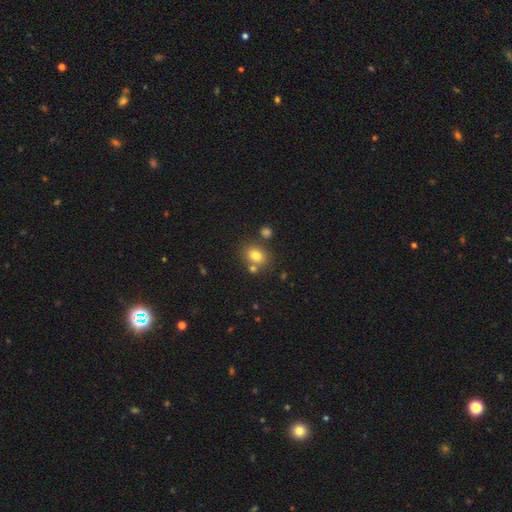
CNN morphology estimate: smooth 77%, star or artifact 13%, featured or disk 11%. Down the decision tree: how rounded — round (57%); merging — none (68%).